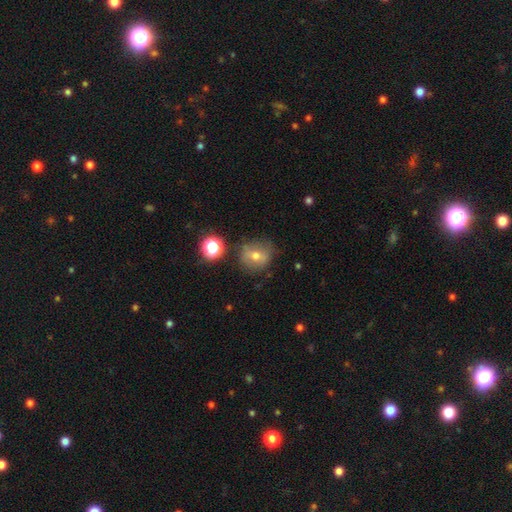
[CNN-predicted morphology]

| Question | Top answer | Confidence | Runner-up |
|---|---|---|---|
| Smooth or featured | smooth | 59% | featured or disk (28%) |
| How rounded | round | 79% | in between (20%) |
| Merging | none | 68% | minor disturbance (20%) |